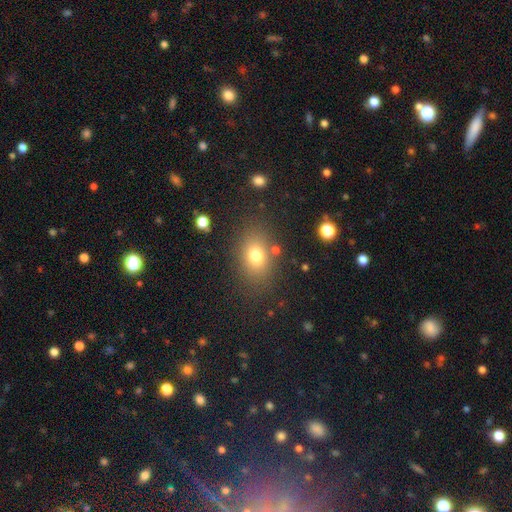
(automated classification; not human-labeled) Smooth or featured? smooth (75%)
How rounded? in between (69%)
Merging? none (80%)